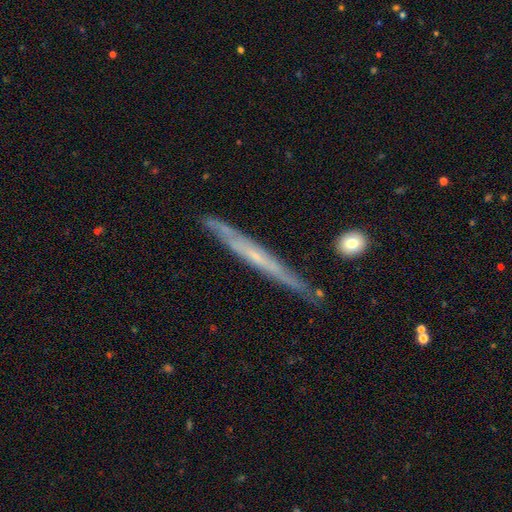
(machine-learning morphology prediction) Smooth or featured: featured or disk — 68% (smooth — 25%)
Edge-on disk: yes — 92% (no — 8%)
Edge-on bulge: none — 76% (rounded — 20%)
Merging: none — 84% (minor disturbance — 12%)